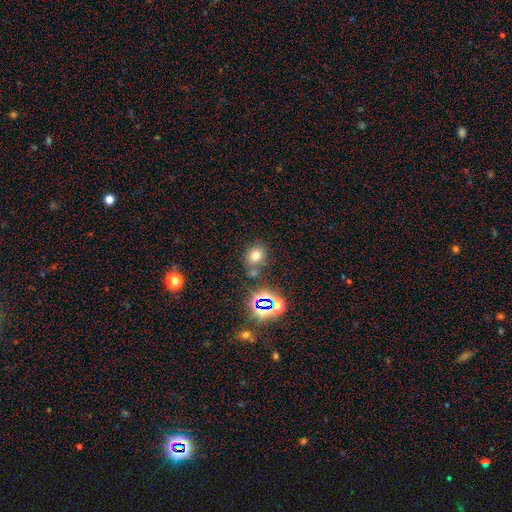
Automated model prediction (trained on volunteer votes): smooth_or_featured: smooth (p=0.67) [alt: star or artifact p=0.23]
how_rounded: round (p=0.62) [alt: in between p=0.36]
merging: none (p=0.70) [alt: merger p=0.13]